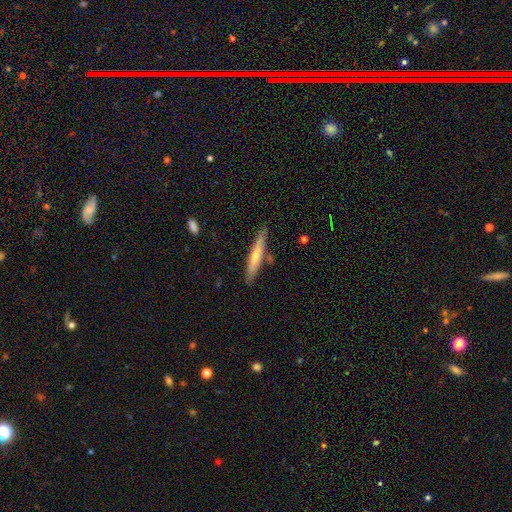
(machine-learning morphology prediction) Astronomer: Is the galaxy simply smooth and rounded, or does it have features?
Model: smooth — 59% (runner-up: featured or disk, 36%).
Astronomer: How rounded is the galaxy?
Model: cigar-shaped — 93%.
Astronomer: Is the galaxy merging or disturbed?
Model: none — 83%.